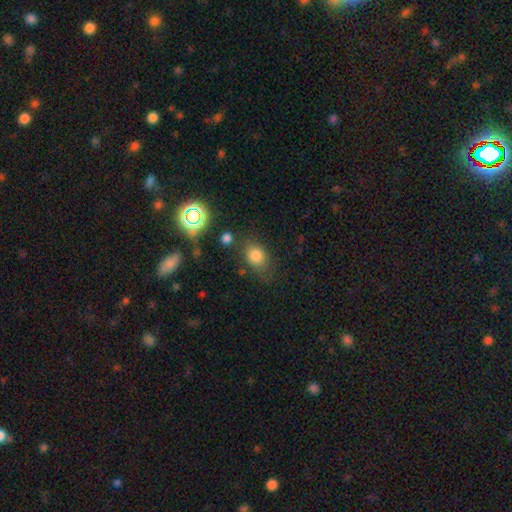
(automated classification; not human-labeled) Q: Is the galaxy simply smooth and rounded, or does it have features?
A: smooth — 79%.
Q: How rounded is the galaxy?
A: in between — 54%.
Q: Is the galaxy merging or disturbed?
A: none — 68%.